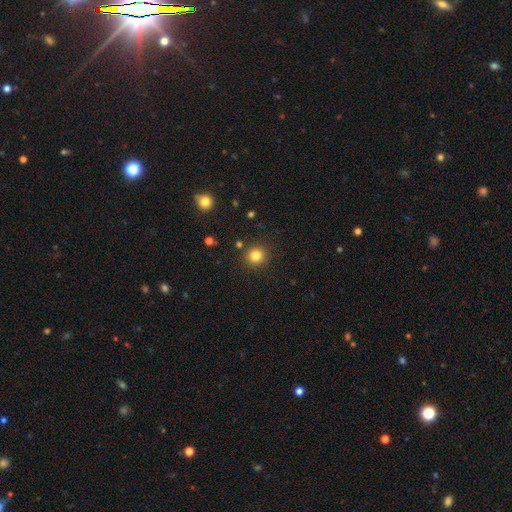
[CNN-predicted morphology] smooth 82%, star or artifact 12%, featured or disk 5%. Down the decision tree: how rounded — round (92%); merging — none (88%).